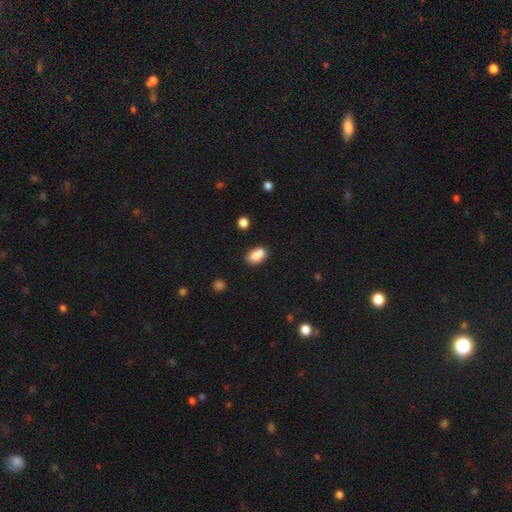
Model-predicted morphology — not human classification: The model was most divided on "merging": none: 46%, merger: 37%, minor disturbance: 13%, major disturbance: 4%. More confident: how rounded — in between (78%); smooth or featured — smooth (78%).